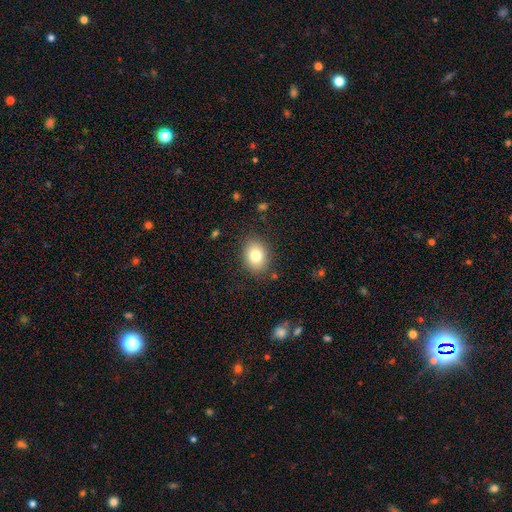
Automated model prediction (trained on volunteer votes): Morphology: type=smooth (80%); roundness=in between (64%); merging=none (85%).